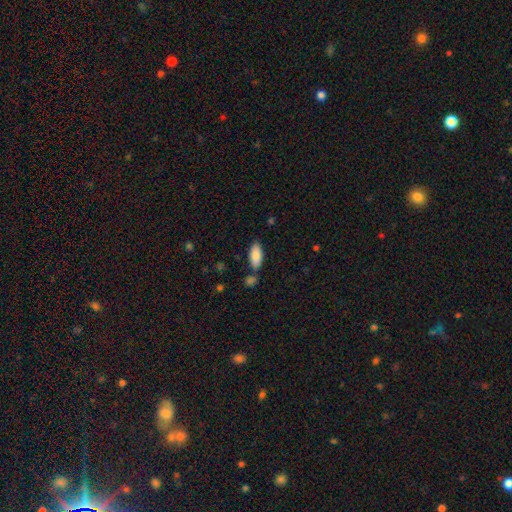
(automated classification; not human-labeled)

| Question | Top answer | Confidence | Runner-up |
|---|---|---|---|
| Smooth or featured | smooth | 88% | featured or disk (6%) |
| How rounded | in between | 83% | cigar-shaped (15%) |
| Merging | none | 72% | minor disturbance (14%) |